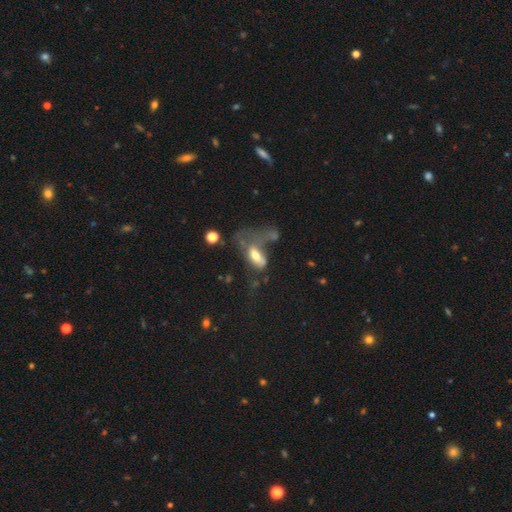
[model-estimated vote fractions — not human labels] This appears to be a smooth galaxy with no disk features (57%) that is in between round and cigar-shaped (82%). Merging: major disturbance (57%).